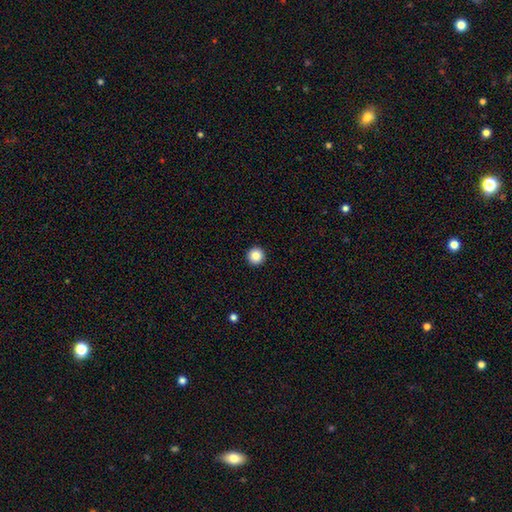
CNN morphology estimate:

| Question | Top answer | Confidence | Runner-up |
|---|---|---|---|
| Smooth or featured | smooth | 87% | star or artifact (10%) |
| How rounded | round | 97% | in between (2%) |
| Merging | none | 94% | minor disturbance (4%) |